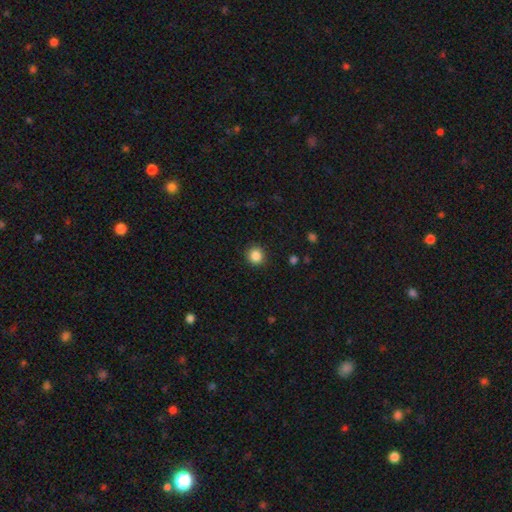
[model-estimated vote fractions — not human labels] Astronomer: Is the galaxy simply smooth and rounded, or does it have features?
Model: smooth — 86%.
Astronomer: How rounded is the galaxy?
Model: round — 92%.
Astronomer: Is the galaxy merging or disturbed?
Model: none — 91%.